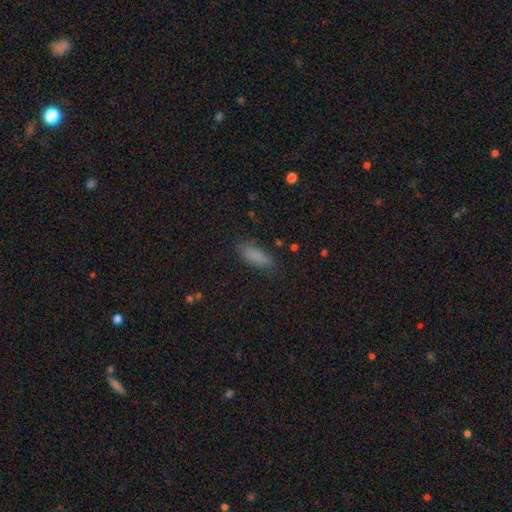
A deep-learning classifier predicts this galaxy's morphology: Overall: smooth (84%). How rounded: in between (68%; cigar-shaped 30%). Merging: none (78%).